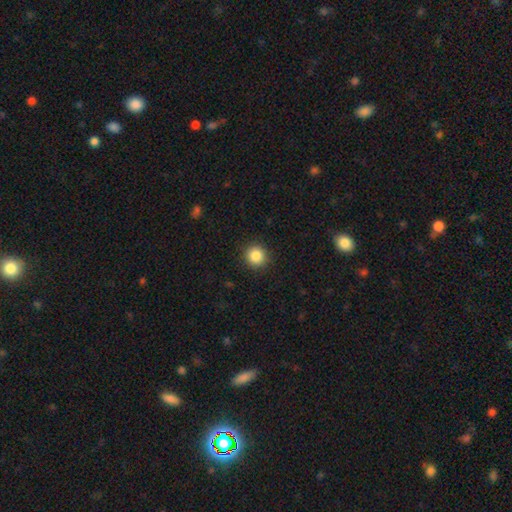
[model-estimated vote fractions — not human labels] smooth_or_featured: smooth (p=0.86) [alt: star or artifact p=0.10]
how_rounded: round (p=0.94) [alt: in between p=0.05]
merging: none (p=0.91) [alt: minor disturbance p=0.06]